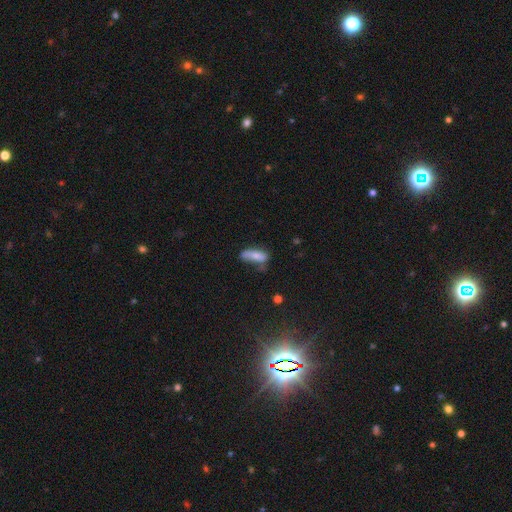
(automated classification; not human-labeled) The model was most divided on "merging": none: 44%, minor disturbance: 31%, major disturbance: 16%, merger: 9%. More confident: smooth or featured — smooth (74%); how rounded — in between (59%).